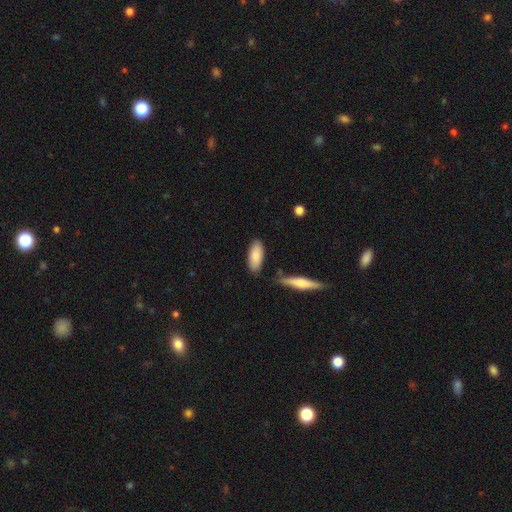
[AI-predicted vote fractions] Smooth or featured? Predicted: smooth (p=0.84). How rounded? Predicted: in between (p=0.78). Merging? Predicted: none (p=0.80).